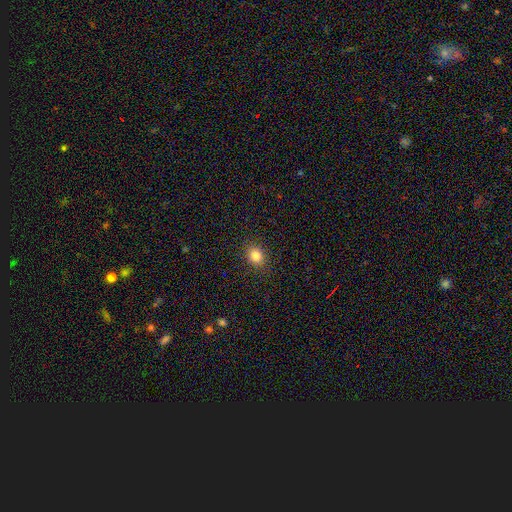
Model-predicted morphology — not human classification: A smooth galaxy with no disk features (83%) that is round (60%).

Vote fractions:
- Smooth or featured? smooth: 83% / star or artifact: 12% / featured or disk: 6%
- How rounded? round: 60% / in between: 39% / cigar-shaped: 1%
- Merging? none: 88% / minor disturbance: 8% / major disturbance: 2% / merger: 1%